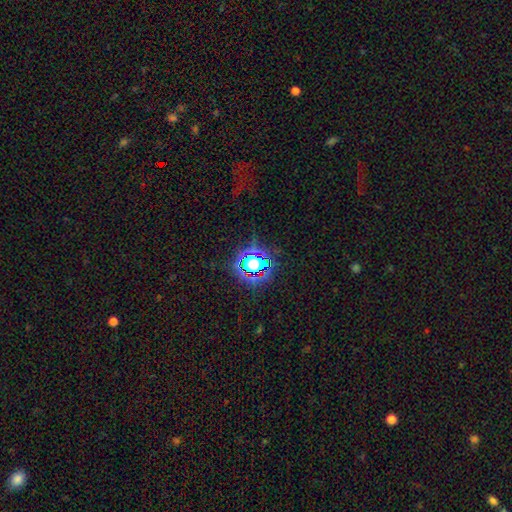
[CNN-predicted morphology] Overall: star or artifact (77%).